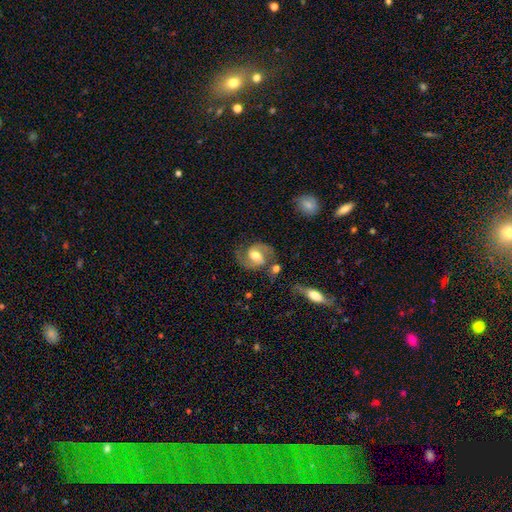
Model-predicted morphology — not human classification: A featured or disk galaxy (79%) with a weak bar (45%), 2 (92%) medium (57%) spiral arms (93%) and a moderate central bulge (69%).

Vote fractions:
- Smooth or featured? featured or disk: 79% / smooth: 15% / star or artifact: 6%
- Edge-on disk? no: 97% / yes: 3%
- Bar? weak: 45% / no: 31% / strong: 23%
- Spiral arms? yes: 93% / no: 7%
- Spiral winding? medium: 57% / loose: 24% / tight: 19%
- Spiral arm count? 2: 92% / can't tell: 3% / 1: 2% / 3: 1% / 4: 1% / more than 4: 1%
- Bulge size? moderate: 69% / large: 15% / small: 13% / none: 2% / dominant: 1%
- Merging? none: 71% / minor disturbance: 15% / major disturbance: 7% / merger: 7%